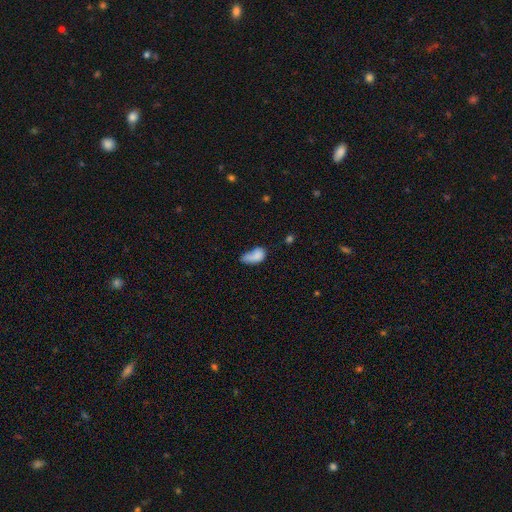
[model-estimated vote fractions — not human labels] Smooth or featured? Predicted: smooth (p=0.78). How rounded? Predicted: in between (p=0.87). Merging? Predicted: minor disturbance (p=0.31).